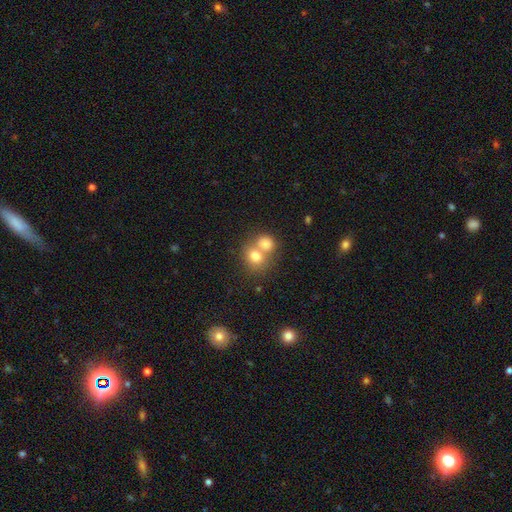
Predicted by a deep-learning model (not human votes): Morphology: type=smooth (75%); roundness=round (66%); merging=merger (59%).